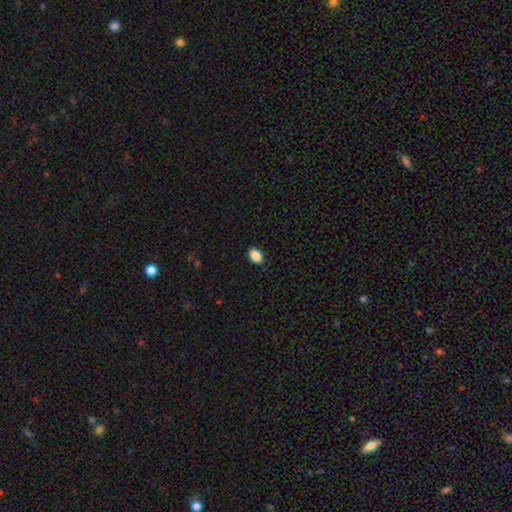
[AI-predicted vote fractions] This is clearly a smooth galaxy (88%). How rounded: clearly in between (85%). Merging: clearly none (89%).